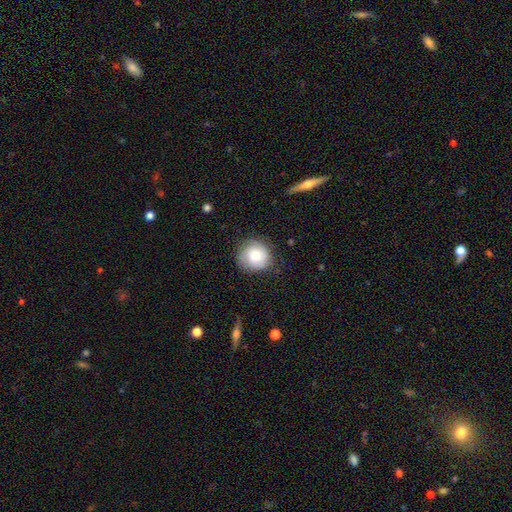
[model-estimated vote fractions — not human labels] Q: Smooth or featured?
A: smooth (73%); runner-up: featured or disk (19%)
Q: How rounded?
A: round (90%); runner-up: in between (10%)
Q: Merging?
A: none (79%); runner-up: minor disturbance (16%)